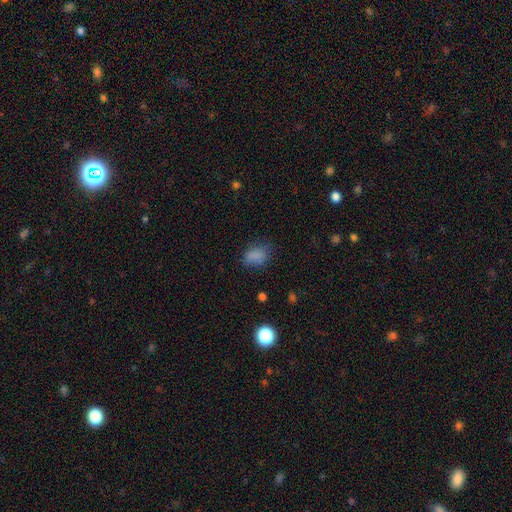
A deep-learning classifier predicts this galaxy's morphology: Q: Smooth or featured?
A: smooth (79%); runner-up: star or artifact (13%)
Q: How rounded?
A: in between (79%); runner-up: round (19%)
Q: Merging?
A: none (61%); runner-up: minor disturbance (26%)